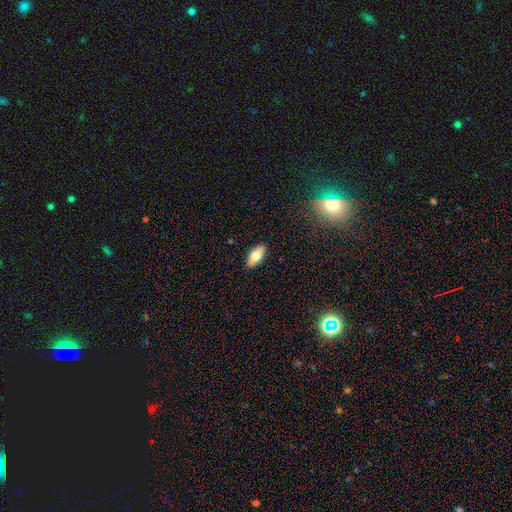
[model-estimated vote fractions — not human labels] Smooth or featured?
  - smooth: 70% *
  - featured or disk: 23%
  - star or artifact: 7%
How rounded?
  - in between: 83% *
  - cigar-shaped: 14%
  - round: 3%
Merging?
  - none: 89% *
  - minor disturbance: 8%
  - major disturbance: 2%
  - merger: 1%